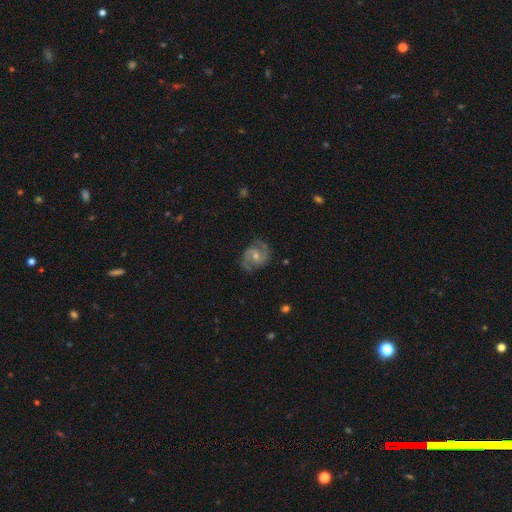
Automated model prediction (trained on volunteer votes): Smooth or featured? Predicted: featured or disk (p=0.91). Edge-on disk? Predicted: no (p=0.98). Bar? Predicted: no (p=0.51). Spiral arms? Predicted: yes (p=0.98). Spiral winding? Predicted: medium (p=0.60). Spiral arm count? Predicted: 2 (p=0.92). Bulge size? Predicted: small (p=0.48, tied with moderate). Merging? Predicted: none (p=0.80).